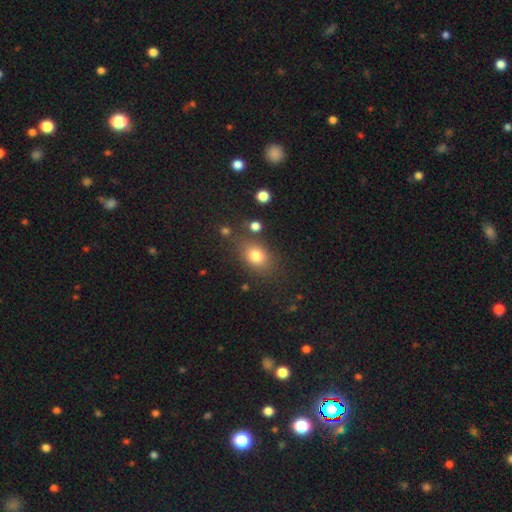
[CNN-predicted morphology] smooth 79%, star or artifact 12%, featured or disk 9%. Down the decision tree: how rounded — in between (63%); merging — none (72%).